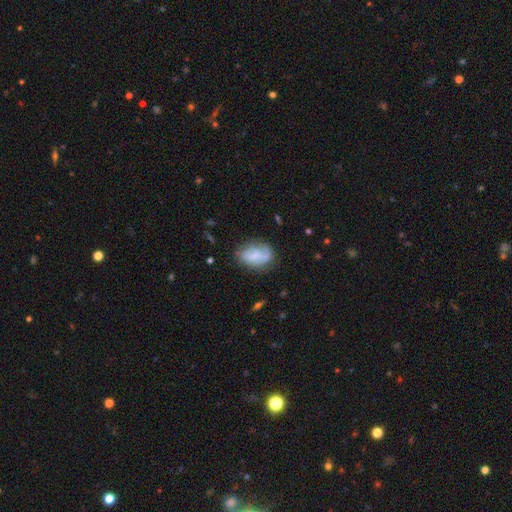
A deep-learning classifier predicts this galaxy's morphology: Smooth or featured: smooth — 60% (featured or disk — 31%)
How rounded: in between — 82% (round — 16%)
Merging: none — 54% (minor disturbance — 29%)